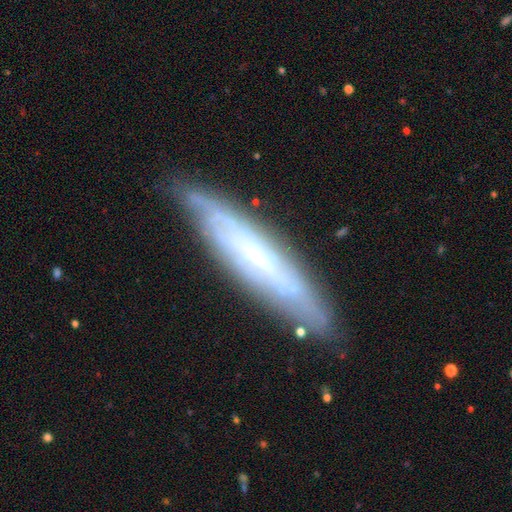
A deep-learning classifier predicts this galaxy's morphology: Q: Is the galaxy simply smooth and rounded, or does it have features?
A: featured or disk — 66%.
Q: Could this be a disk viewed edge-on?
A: yes — 58%.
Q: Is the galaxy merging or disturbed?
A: none — 78%.